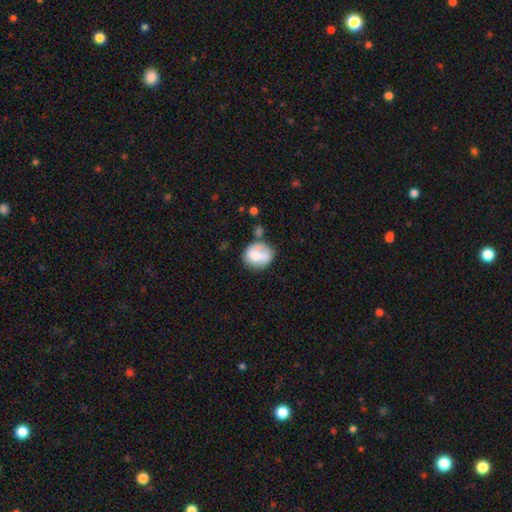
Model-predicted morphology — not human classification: This appears to be a smooth galaxy with no disk features (68%) that is round (70%). Merging: none (52%).